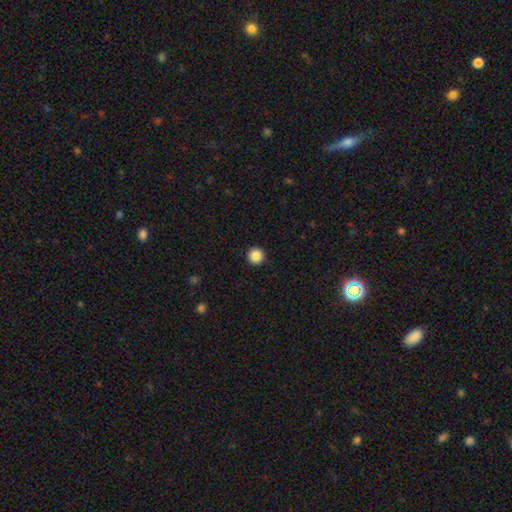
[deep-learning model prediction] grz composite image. It shows a smooth galaxy with no disk features (87%) that is round (96%). Merging: none (93%).